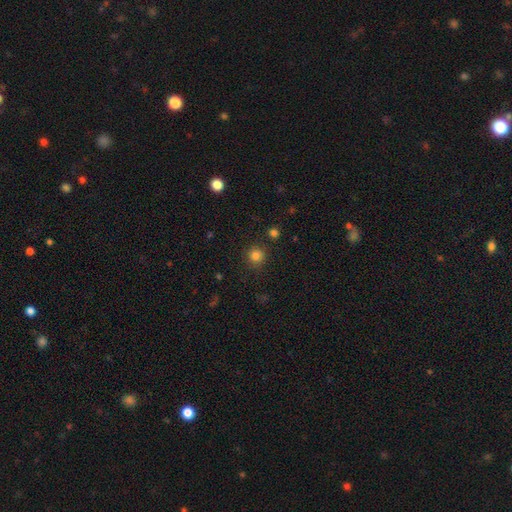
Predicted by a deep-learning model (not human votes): Smooth or featured?
  - smooth: 82% *
  - star or artifact: 13%
  - featured or disk: 5%
How rounded?
  - round: 93% *
  - in between: 6%
  - cigar-shaped: 1%
Merging?
  - none: 87% *
  - minor disturbance: 8%
  - major disturbance: 3%
  - merger: 2%